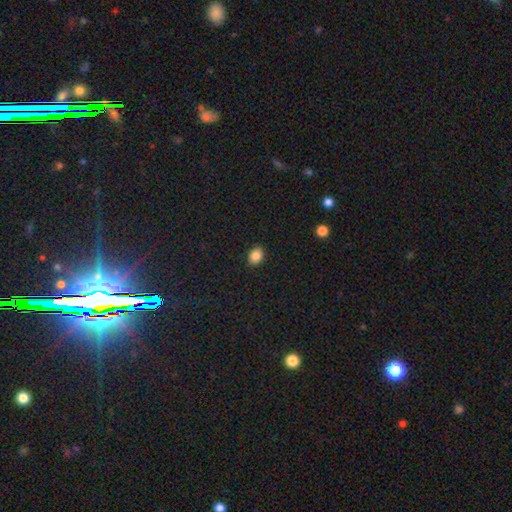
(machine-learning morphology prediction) This appears to be a smooth galaxy with no disk features (85%) that is in between round and cigar-shaped (63%). Merging: none (89%).